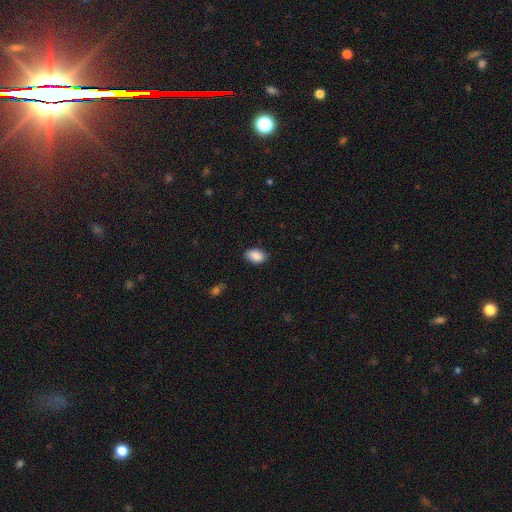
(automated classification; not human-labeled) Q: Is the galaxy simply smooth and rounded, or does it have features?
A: smooth — 89%.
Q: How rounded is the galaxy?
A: in between — 89%.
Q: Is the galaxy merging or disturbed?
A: none — 83%.